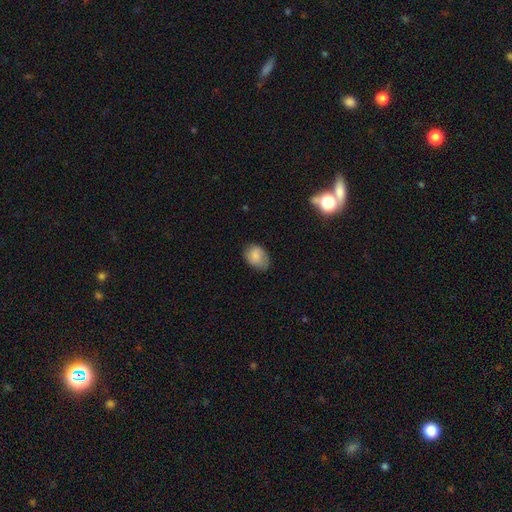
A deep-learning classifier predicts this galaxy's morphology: Overall: smooth (83%). How rounded: in between (77%). Merging: none (69%).